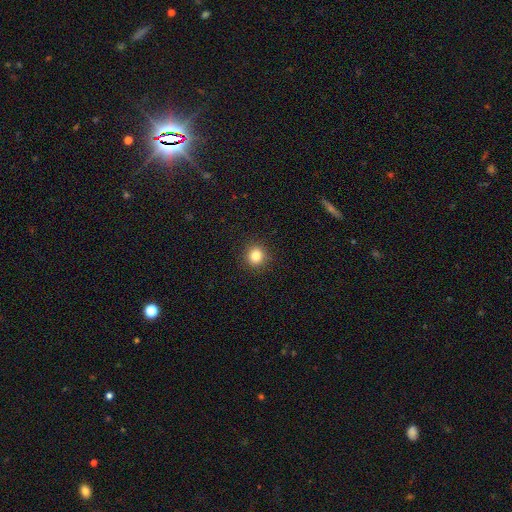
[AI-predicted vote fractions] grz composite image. It shows a smooth galaxy with no disk features (83%) that is round (91%). Merging: none (92%).